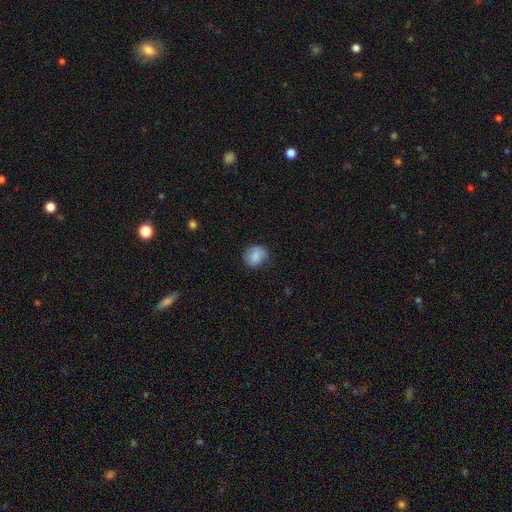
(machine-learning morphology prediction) type=smooth (81%); roundness=round (70%); merging=none (74%).